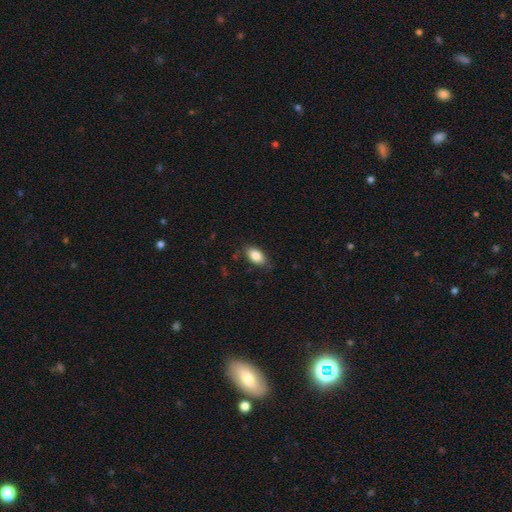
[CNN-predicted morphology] smooth_or_featured: smooth (p=0.85) [alt: star or artifact p=0.07]
how_rounded: in between (p=0.90) [alt: round p=0.07]
merging: none (p=0.80) [alt: minor disturbance p=0.15]